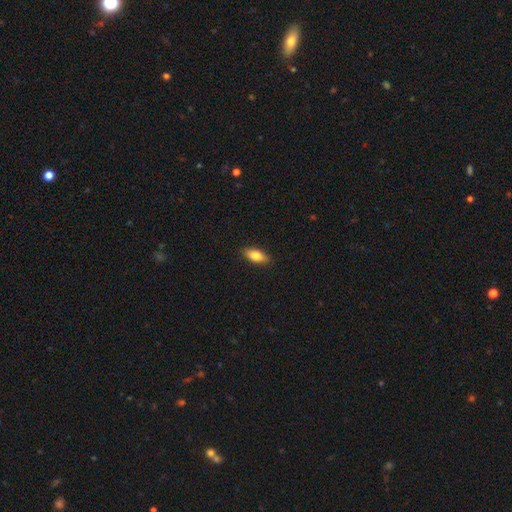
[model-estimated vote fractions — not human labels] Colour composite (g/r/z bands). It shows a smooth galaxy with no disk features (79%) that is in between round and cigar-shaped (83%). Merging: none (88%).